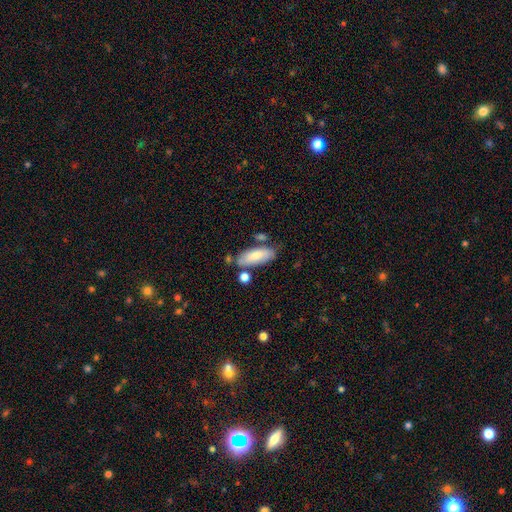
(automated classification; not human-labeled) Morphology: type=smooth (78%); roundness=in between (74%); merging=none (67%).